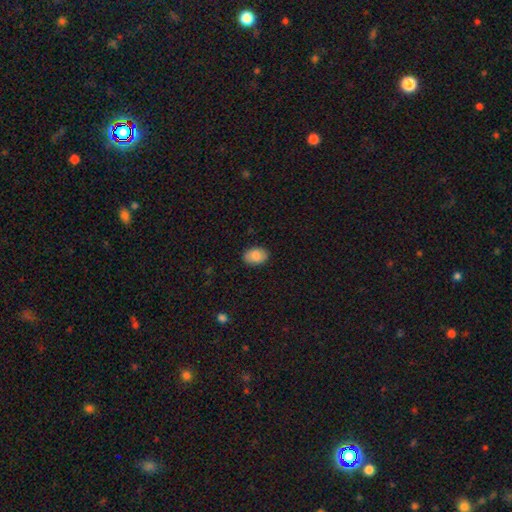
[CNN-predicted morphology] Smooth or featured? smooth (87%)
How rounded? in between (83%)
Merging? none (88%)